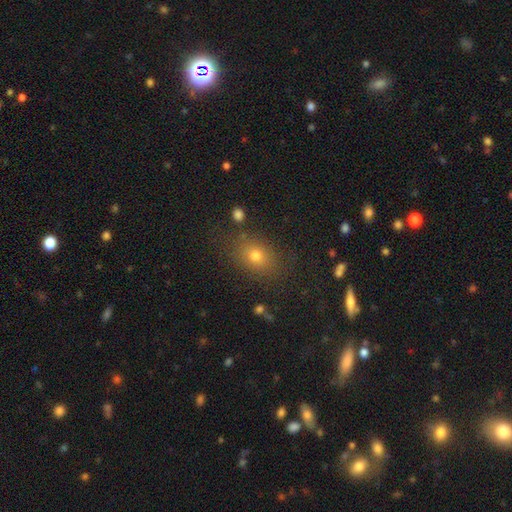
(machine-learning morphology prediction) Smooth or featured?
  - smooth: 73% *
  - star or artifact: 16%
  - featured or disk: 11%
How rounded?
  - in between: 61% *
  - round: 37%
  - cigar-shaped: 2%
Merging?
  - none: 81% *
  - minor disturbance: 12%
  - major disturbance: 4%
  - merger: 3%